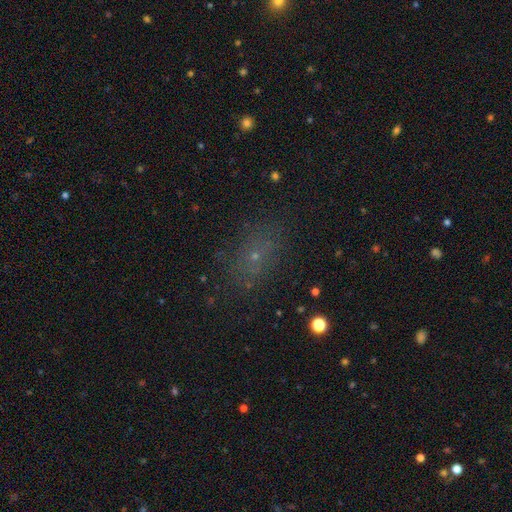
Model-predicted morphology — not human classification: A smooth galaxy with no disk features (52%) that is in between round and cigar-shaped (69%).

Vote fractions:
- Smooth or featured? smooth: 52% / star or artifact: 34% / featured or disk: 14%
- How rounded? in between: 69% / round: 27% / cigar-shaped: 4%
- Merging? none: 80% / minor disturbance: 13% / major disturbance: 6% / merger: 2%